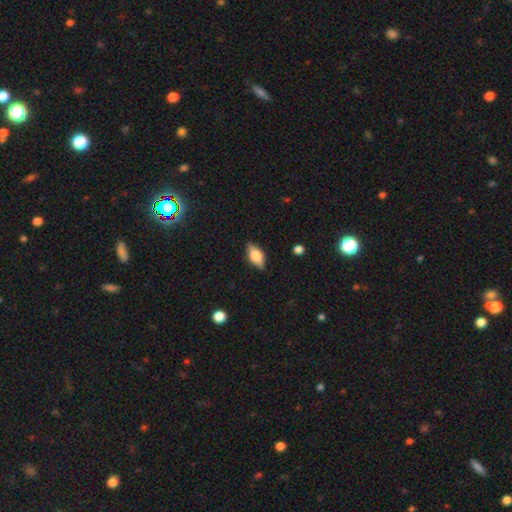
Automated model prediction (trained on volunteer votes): Smooth or featured? smooth (58%)
How rounded? in between (80%)
Merging? none (86%)